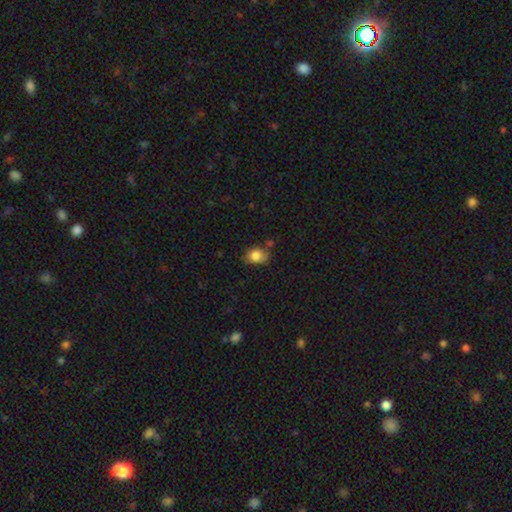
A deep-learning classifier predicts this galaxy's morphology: Smooth or featured? smooth (82%)
How rounded? in between (67%)
Merging? none (62%)